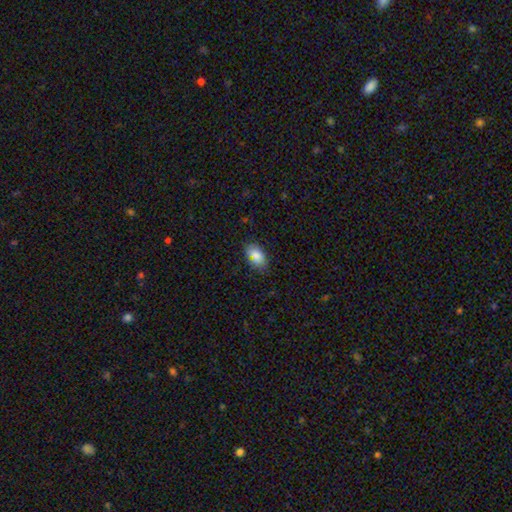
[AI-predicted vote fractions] Smooth or featured? smooth (84%)
How rounded? in between (89%)
Merging? none (80%)